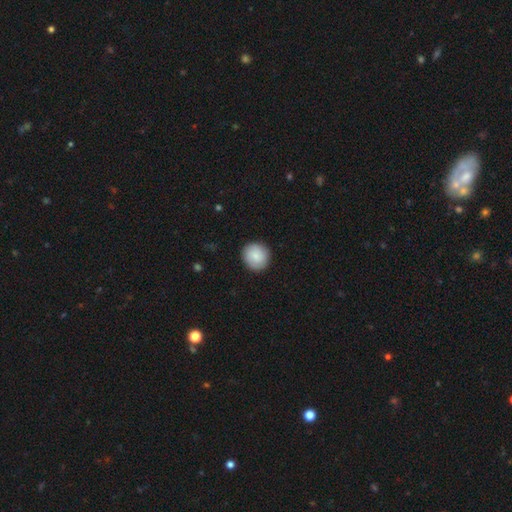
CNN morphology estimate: Smooth or featured: smooth — 85% (featured or disk — 9%)
How rounded: round — 92% (in between — 7%)
Merging: none — 91% (minor disturbance — 7%)